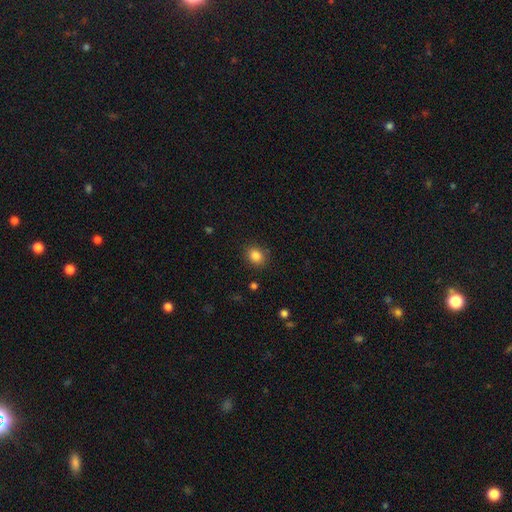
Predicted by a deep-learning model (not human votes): Smooth or featured?
  - smooth: 85% *
  - star or artifact: 11%
  - featured or disk: 5%
How rounded?
  - round: 60% *
  - in between: 39%
  - cigar-shaped: 1%
Merging?
  - none: 87% *
  - minor disturbance: 9%
  - major disturbance: 3%
  - merger: 1%